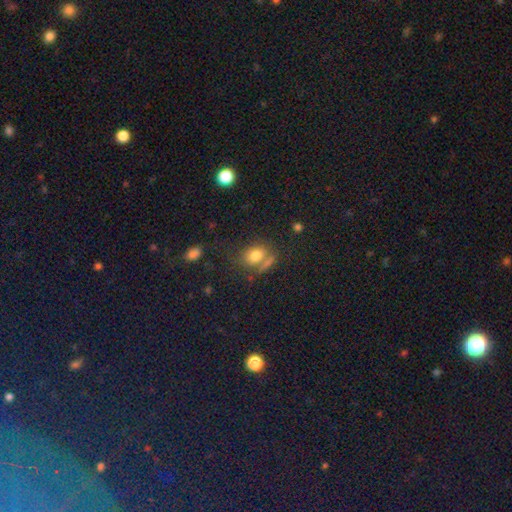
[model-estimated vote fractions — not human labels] Smooth or featured? Predicted: smooth (p=0.77). How rounded? Predicted: in between (p=0.61). Merging? Predicted: none (p=0.54).